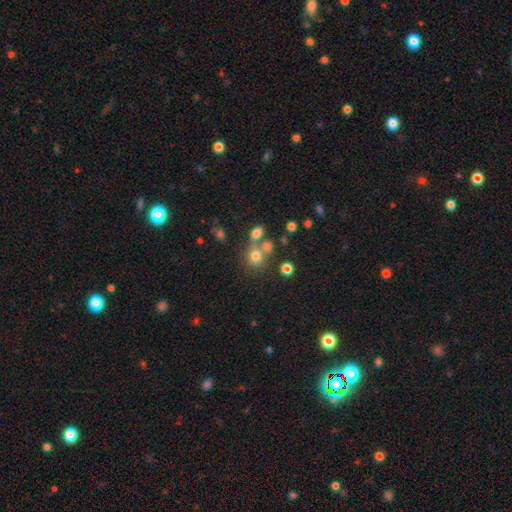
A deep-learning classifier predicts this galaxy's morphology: Q: Smooth or featured?
A: smooth (73%); runner-up: star or artifact (15%)
Q: How rounded?
A: round (75%); runner-up: in between (24%)
Q: Merging?
A: none (51%); runner-up: merger (31%)